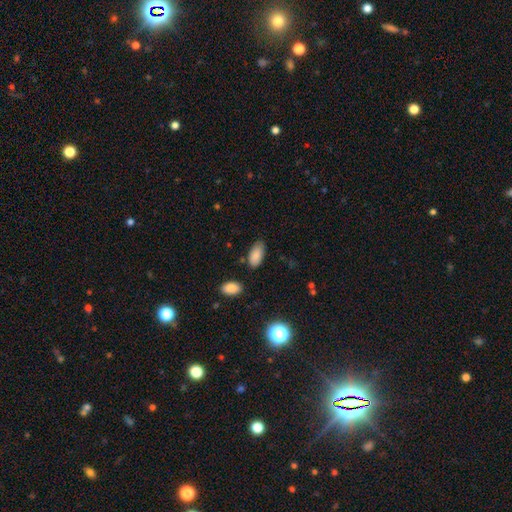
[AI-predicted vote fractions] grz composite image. It shows a smooth galaxy with no disk features (86%) that is in between round and cigar-shaped (93%). Merging: none (77%).